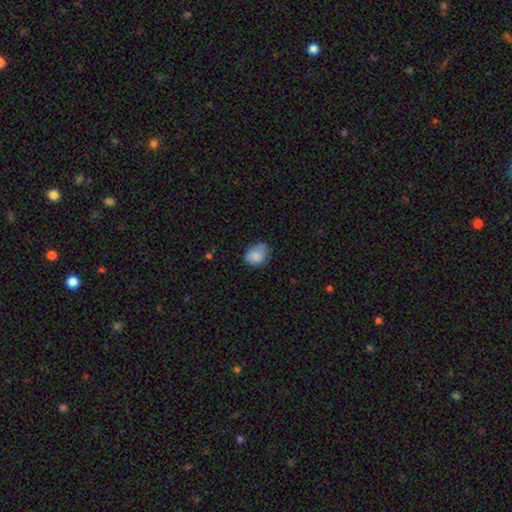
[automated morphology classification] Smooth or featured: smooth — 83% (featured or disk — 8%)
How rounded: in between — 56% (round — 44%)
Merging: none — 52% (minor disturbance — 34%)